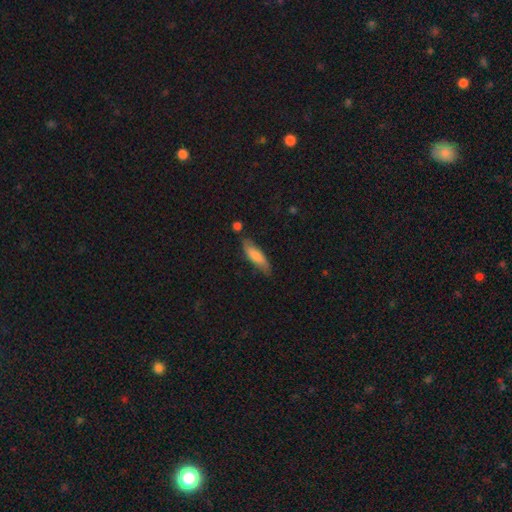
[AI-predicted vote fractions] Morphology: type=smooth (75%); roundness=cigar-shaped (59%); merging=none (71%).